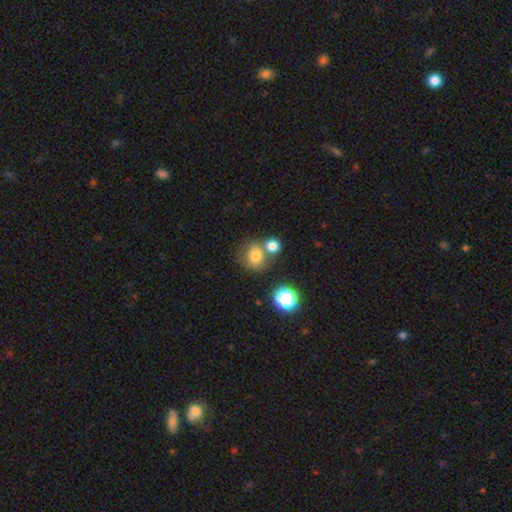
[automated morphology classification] Smooth or featured: smooth — 75% (star or artifact — 14%)
How rounded: round — 72% (in between — 27%)
Merging: none — 50% (merger — 32%)